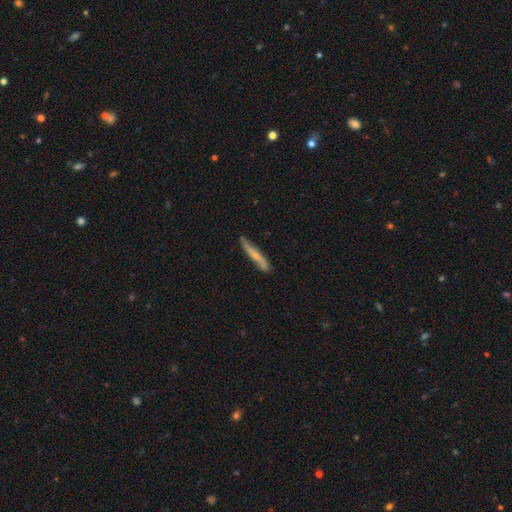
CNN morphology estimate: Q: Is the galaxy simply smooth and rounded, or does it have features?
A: featured or disk — 48%.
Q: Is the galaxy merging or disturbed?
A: none — 76%.